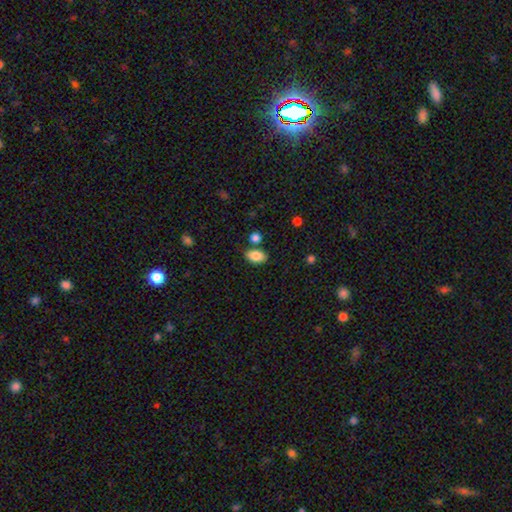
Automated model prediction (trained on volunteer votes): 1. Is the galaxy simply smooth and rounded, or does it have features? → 86% smooth, 8% star or artifact, 6% featured or disk.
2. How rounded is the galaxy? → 91% in between, 8% round, 2% cigar-shaped.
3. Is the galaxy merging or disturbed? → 75% none, 13% minor disturbance, 9% merger, 3% major disturbance.